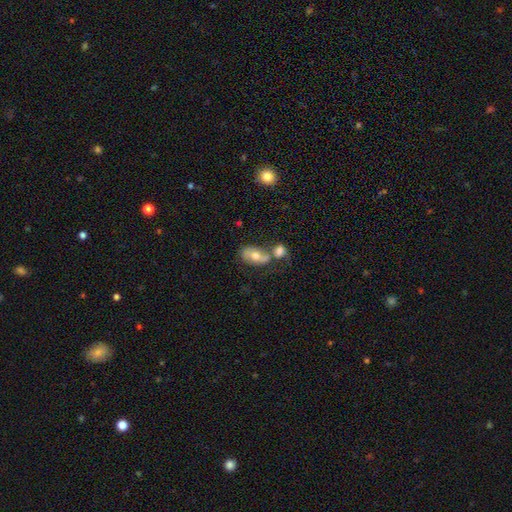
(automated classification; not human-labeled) This appears to be a smooth galaxy with no disk features (52%) that is in between round and cigar-shaped (85%). Merging: merger (45%).